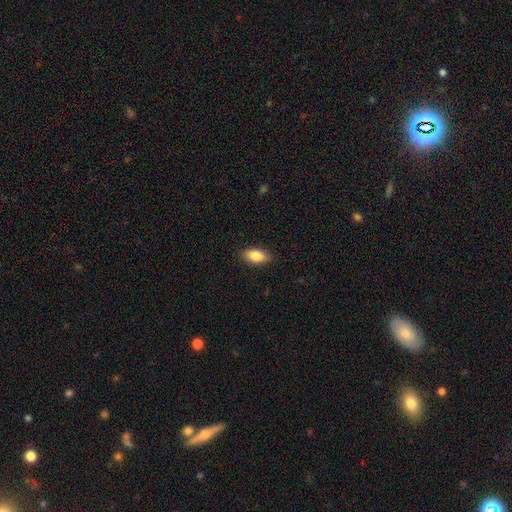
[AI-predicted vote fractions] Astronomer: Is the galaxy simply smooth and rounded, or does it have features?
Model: smooth — 86%.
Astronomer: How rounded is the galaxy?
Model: in between — 90%.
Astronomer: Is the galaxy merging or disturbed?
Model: none — 87%.